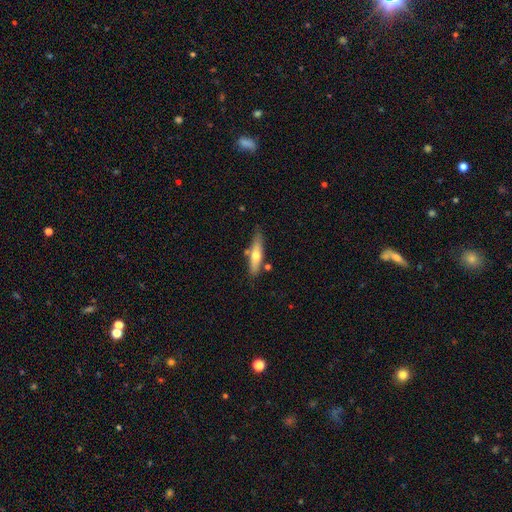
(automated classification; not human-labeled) Smooth or featured? Predicted: smooth (p=0.56). How rounded? Predicted: cigar-shaped (p=0.74). Merging? Predicted: none (p=0.72).